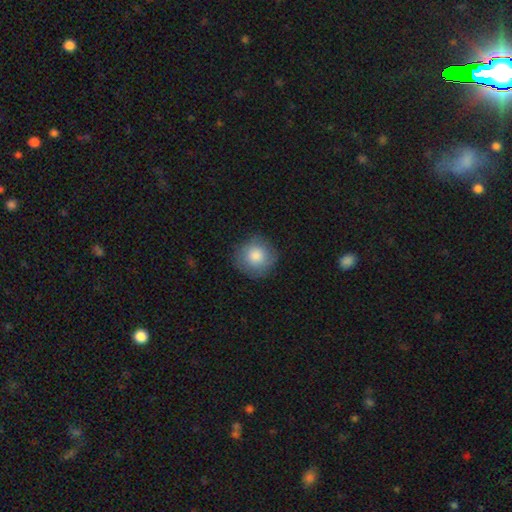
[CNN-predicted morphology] Smooth or featured?
  - smooth: 82% *
  - featured or disk: 11%
  - star or artifact: 8%
How rounded?
  - round: 93% *
  - in between: 7%
  - cigar-shaped: 1%
Merging?
  - none: 82% *
  - minor disturbance: 13%
  - major disturbance: 3%
  - merger: 1%